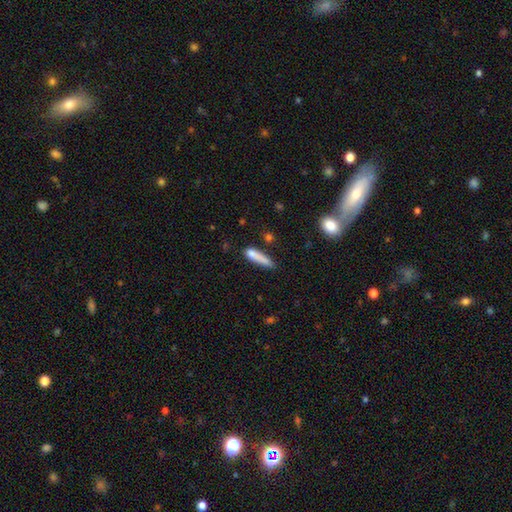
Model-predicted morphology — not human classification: Q: Smooth or featured?
A: smooth (78%); runner-up: featured or disk (14%)
Q: How rounded?
A: cigar-shaped (81%); runner-up: in between (16%)
Q: Merging?
A: none (58%); runner-up: minor disturbance (24%)